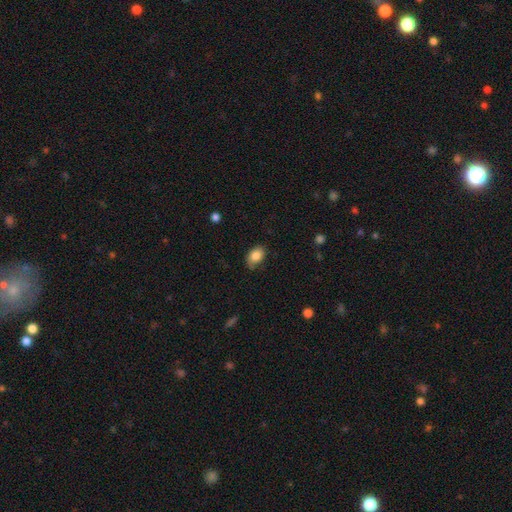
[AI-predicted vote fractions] This is clearly a smooth galaxy (82%). How rounded: clearly in between (83%). Merging: likely none (68%).